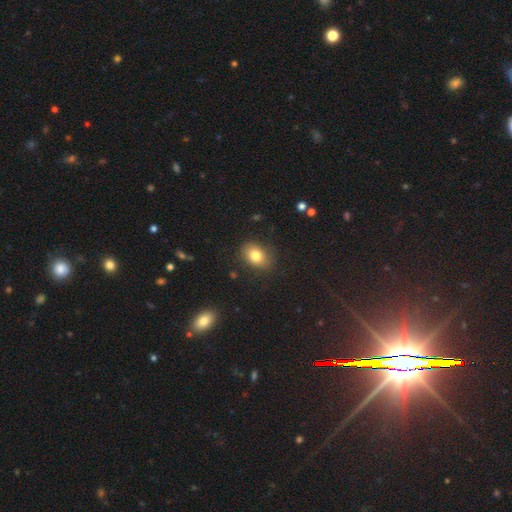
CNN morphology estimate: A smooth galaxy with no disk features (80%) that is in between round and cigar-shaped (73%). Merging: none (83%).